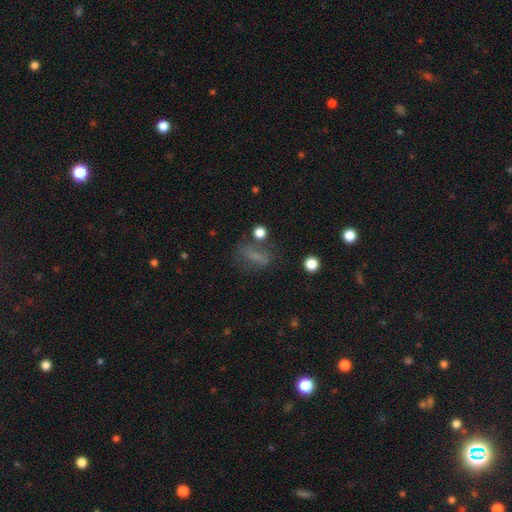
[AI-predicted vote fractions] This appears to be a smooth galaxy with no disk features (55%) that is in between round and cigar-shaped (60%). Merging: none (53%).